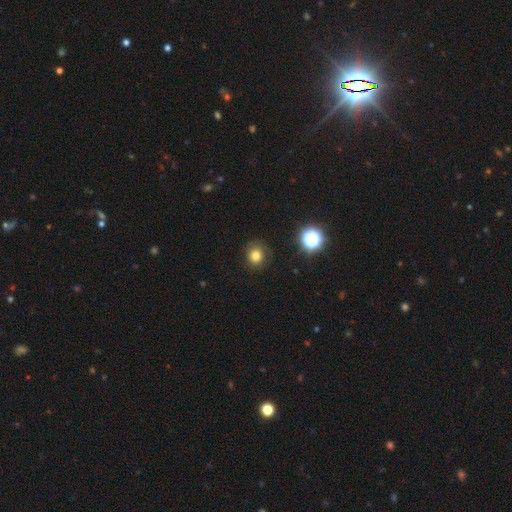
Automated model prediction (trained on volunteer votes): smooth-or-featured: smooth: 78% | star or artifact: 15% | featured or disk: 7%
  how-rounded: round: 85% | in between: 14% | cigar-shaped: 1%
  merging: none: 84% | minor disturbance: 11% | major disturbance: 4% | merger: 1%